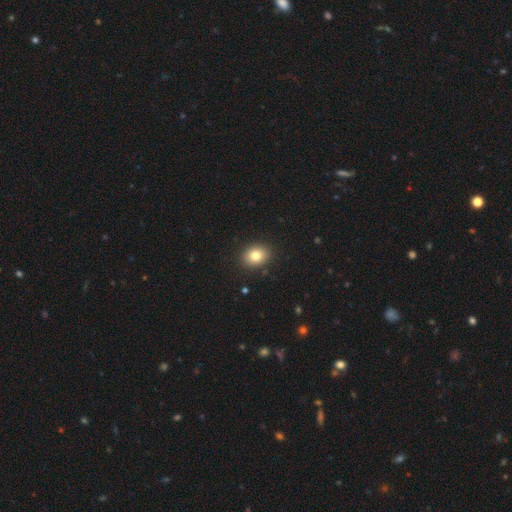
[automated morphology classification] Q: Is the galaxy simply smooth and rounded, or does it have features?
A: smooth — 81%.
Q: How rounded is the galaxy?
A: in between — 54%.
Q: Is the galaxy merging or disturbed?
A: none — 89%.